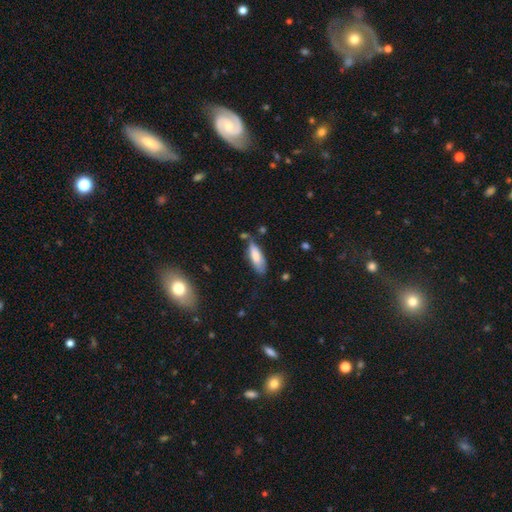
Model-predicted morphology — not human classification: The model was most divided on "how rounded": in between: 61%, cigar-shaped: 37%, round: 2%. More confident: smooth or featured — smooth (72%); merging — none (56%).